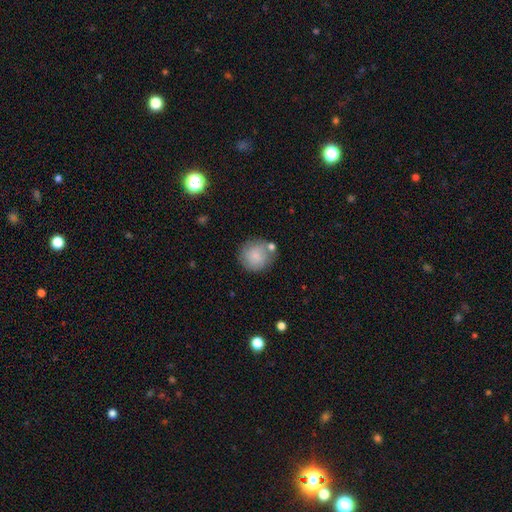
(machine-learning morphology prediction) smooth 77%, featured or disk 16%, star or artifact 7%. Down the decision tree: how rounded — round (90%); merging — none (67%).